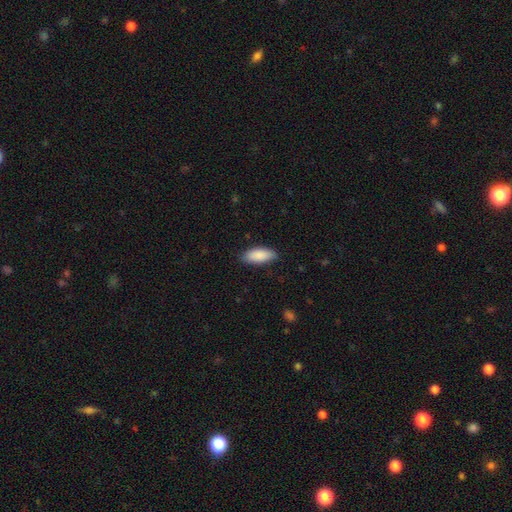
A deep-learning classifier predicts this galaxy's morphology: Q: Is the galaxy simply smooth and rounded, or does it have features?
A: smooth — 88%.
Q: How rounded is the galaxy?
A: in between — 79%.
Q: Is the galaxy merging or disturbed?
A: none — 85%.